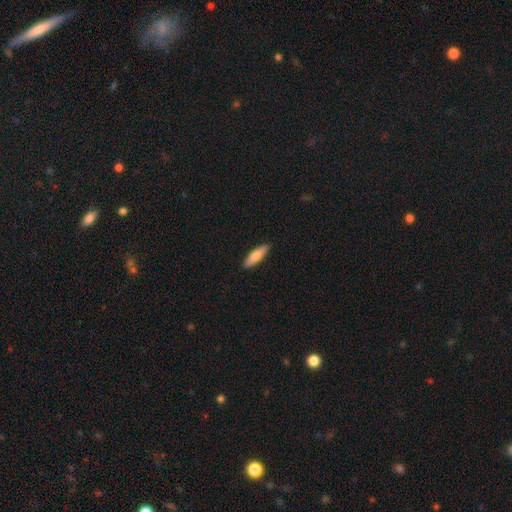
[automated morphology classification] Smooth or featured?
  - smooth: 72% *
  - featured or disk: 23%
  - star or artifact: 5%
How rounded?
  - cigar-shaped: 66% *
  - in between: 33%
  - round: 2%
Merging?
  - none: 90% *
  - minor disturbance: 7%
  - major disturbance: 2%
  - merger: 1%